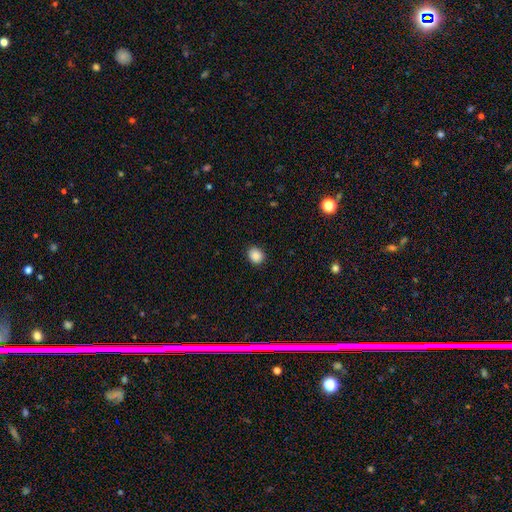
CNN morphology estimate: smooth_or_featured: smooth (p=0.88) [alt: star or artifact p=0.09]
how_rounded: round (p=0.72) [alt: in between p=0.27]
merging: none (p=0.90) [alt: minor disturbance p=0.07]